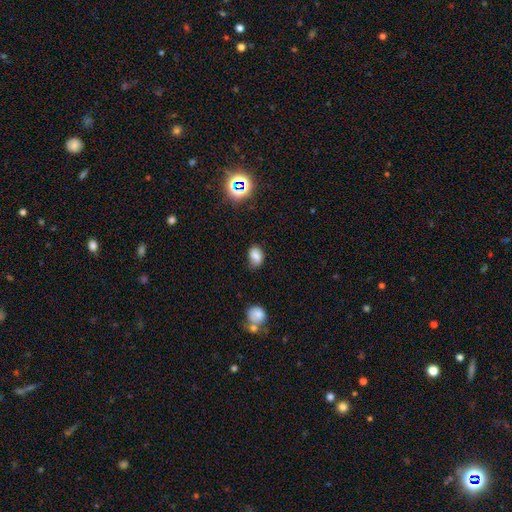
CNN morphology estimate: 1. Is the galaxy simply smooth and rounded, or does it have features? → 75% smooth, 13% star or artifact, 12% featured or disk.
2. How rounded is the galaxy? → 76% in between, 23% round, 1% cigar-shaped.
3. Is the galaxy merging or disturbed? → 67% none, 24% minor disturbance, 5% major disturbance, 3% merger.